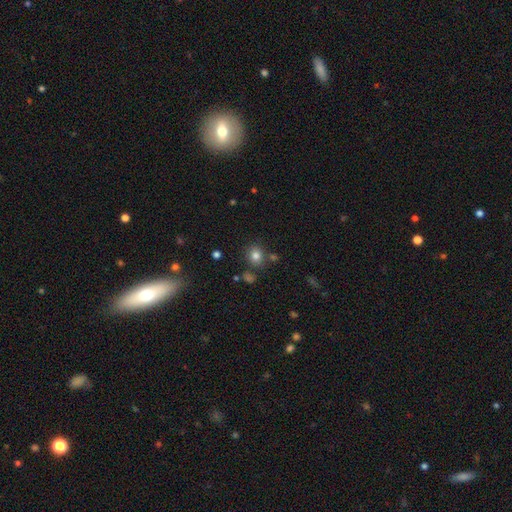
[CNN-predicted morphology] Smooth or featured?
  - smooth: 80% *
  - star or artifact: 13%
  - featured or disk: 7%
How rounded?
  - round: 75% *
  - in between: 24%
  - cigar-shaped: 1%
Merging?
  - none: 79% *
  - minor disturbance: 11%
  - merger: 7%
  - major disturbance: 4%